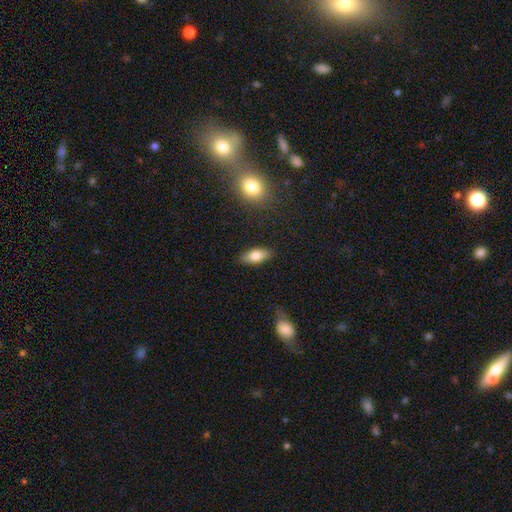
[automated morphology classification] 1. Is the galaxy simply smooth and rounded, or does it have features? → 76% smooth, 16% featured or disk, 7% star or artifact.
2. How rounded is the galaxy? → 84% in between, 12% cigar-shaped, 3% round.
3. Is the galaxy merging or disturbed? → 86% none, 10% minor disturbance, 2% major disturbance, 1% merger.